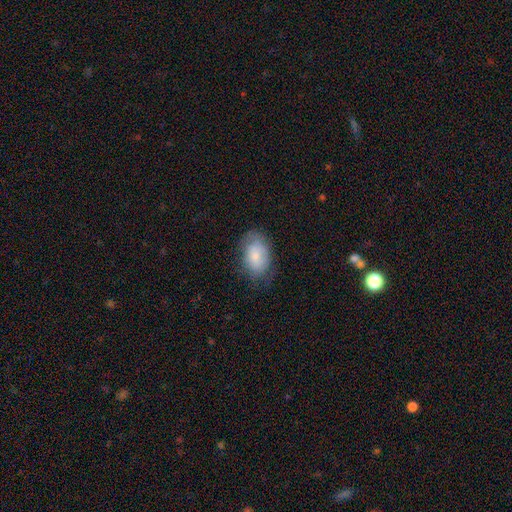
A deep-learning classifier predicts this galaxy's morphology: This is likely a smooth galaxy (72%). How rounded: clearly in between (89%). Merging: likely none (67%).